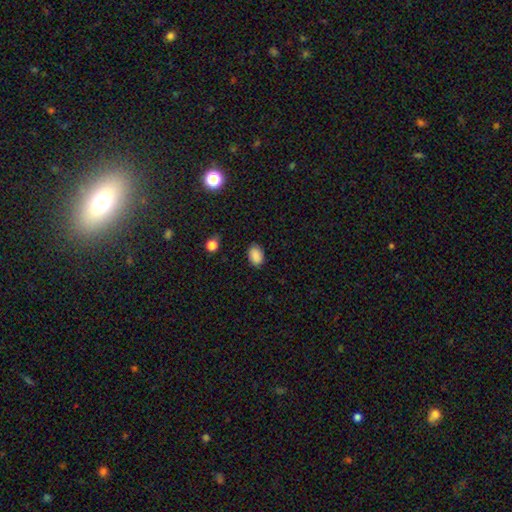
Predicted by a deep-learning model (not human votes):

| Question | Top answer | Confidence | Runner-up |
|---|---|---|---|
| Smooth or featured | smooth | 88% | star or artifact (8%) |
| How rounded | in between | 83% | round (16%) |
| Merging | none | 86% | minor disturbance (11%) |